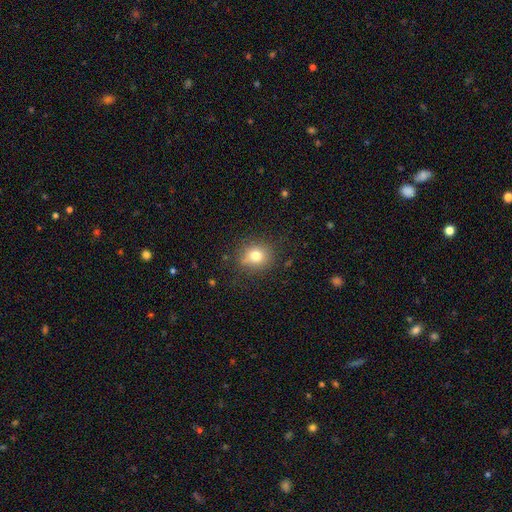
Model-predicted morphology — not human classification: This is likely a smooth galaxy (75%). How rounded: likely round (79%). Merging: likely none (79%).